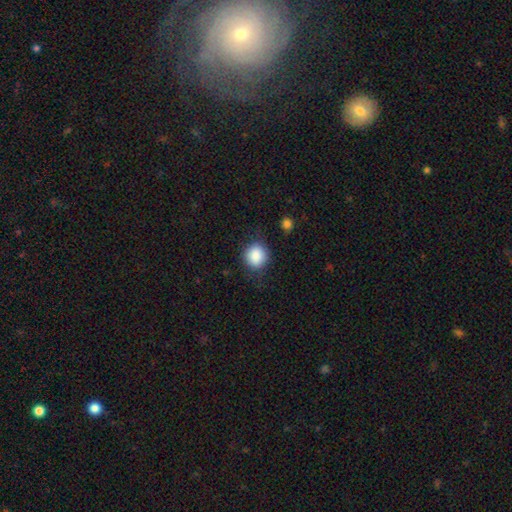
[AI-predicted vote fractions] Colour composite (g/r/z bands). It shows a smooth galaxy with no disk features (87%) that is round (82%). Merging: none (78%).